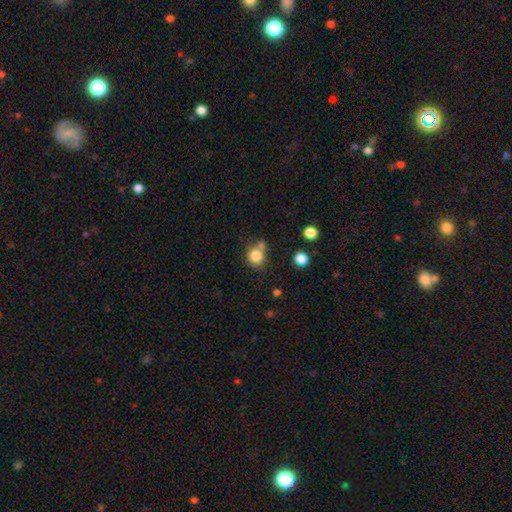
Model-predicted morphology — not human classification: smooth_or_featured: smooth (p=0.82) [alt: star or artifact p=0.11]
how_rounded: round (p=0.81) [alt: in between p=0.18]
merging: none (p=0.57) [alt: merger p=0.25]